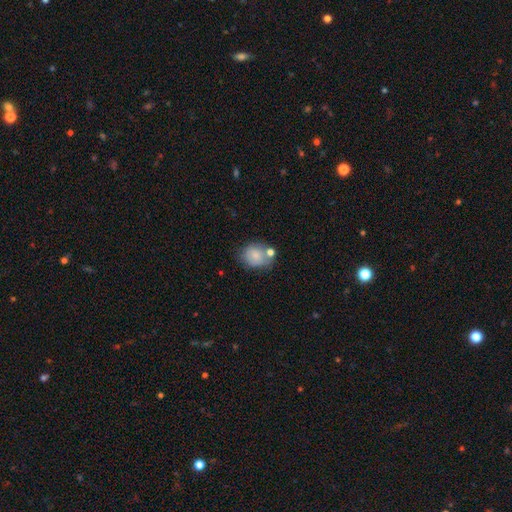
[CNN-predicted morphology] A smooth galaxy with no disk features (75%) that is round (55%). Merging: none (49%).